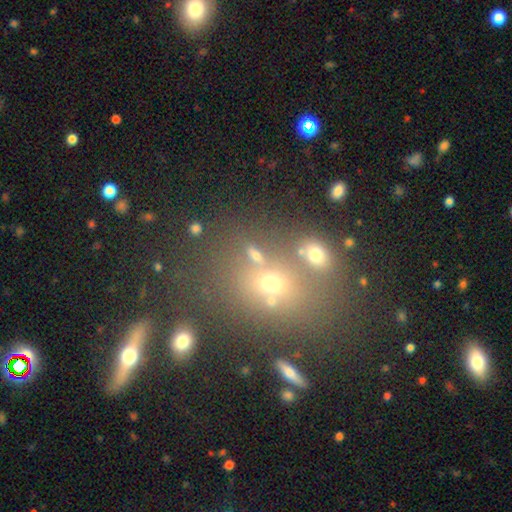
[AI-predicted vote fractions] A smooth galaxy with no disk features (64%) that is round (48%). Merging: none (60%).